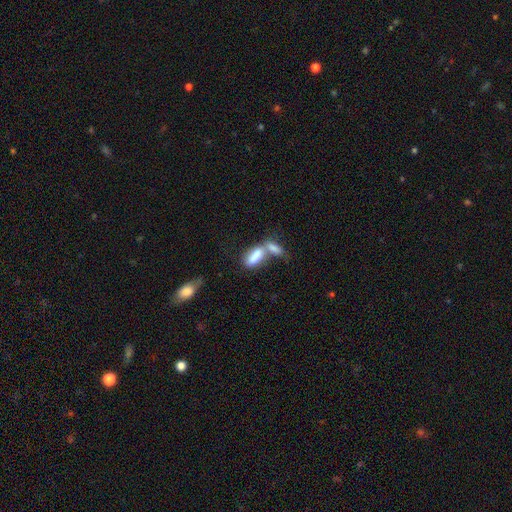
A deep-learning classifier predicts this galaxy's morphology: This is likely a smooth galaxy (78%). How rounded: likely in between (75%). Merging: likely merger (66%).